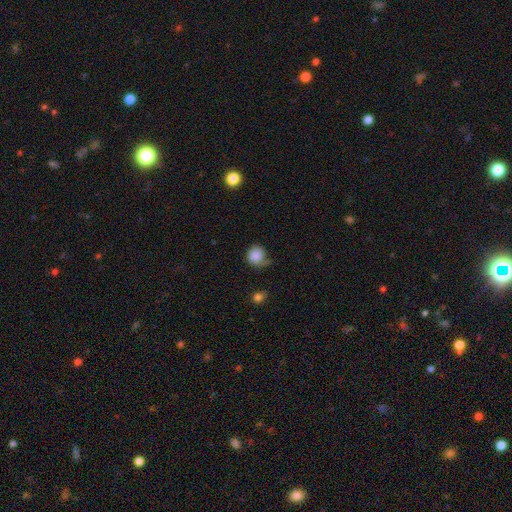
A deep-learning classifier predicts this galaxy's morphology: Smooth or featured? smooth (83%)
How rounded? round (85%)
Merging? none (49%)